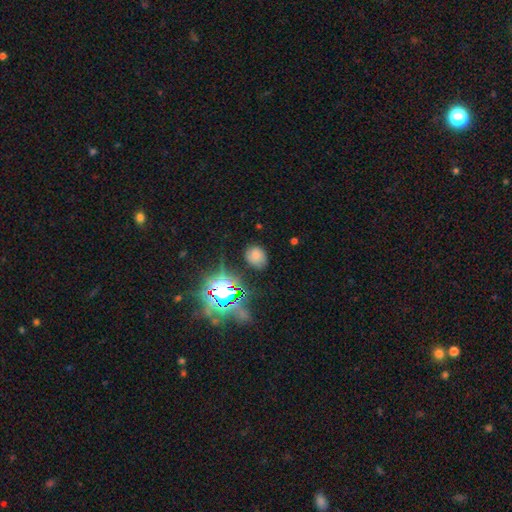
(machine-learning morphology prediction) Smooth or featured: smooth — 63% (star or artifact — 25%)
How rounded: in between — 51% (round — 48%)
Merging: none — 72% (minor disturbance — 19%)